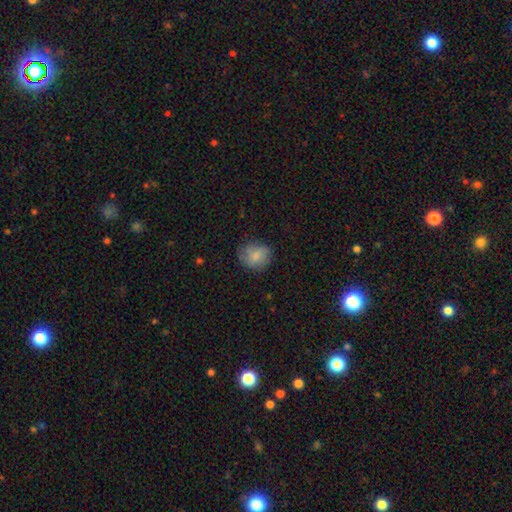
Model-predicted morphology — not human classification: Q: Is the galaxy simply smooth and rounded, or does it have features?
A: smooth — 78%.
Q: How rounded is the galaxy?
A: round — 69%.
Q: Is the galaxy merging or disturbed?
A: none — 73%.